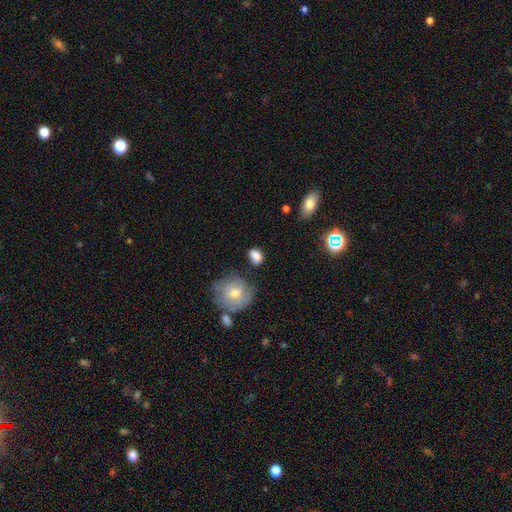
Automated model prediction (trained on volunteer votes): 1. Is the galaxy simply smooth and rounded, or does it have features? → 83% smooth, 9% star or artifact, 8% featured or disk.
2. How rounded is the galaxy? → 64% in between, 34% round, 2% cigar-shaped.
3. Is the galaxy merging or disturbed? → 72% none, 18% minor disturbance, 6% major disturbance, 4% merger.